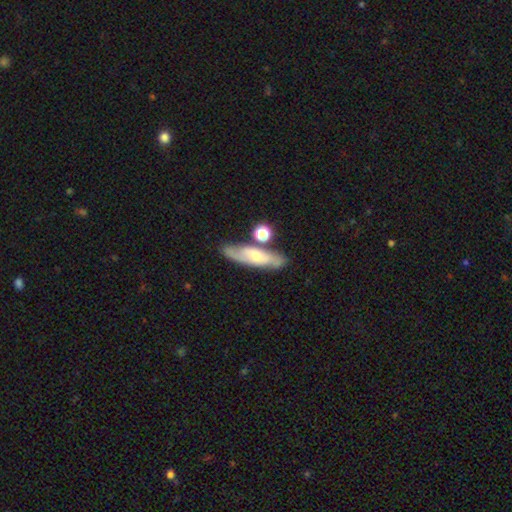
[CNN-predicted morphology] Q: Smooth or featured?
A: featured or disk (56%); runner-up: smooth (37%)
Q: Edge-on disk?
A: no (67%); runner-up: yes (33%)
Q: Merging?
A: none (67%); runner-up: minor disturbance (16%)